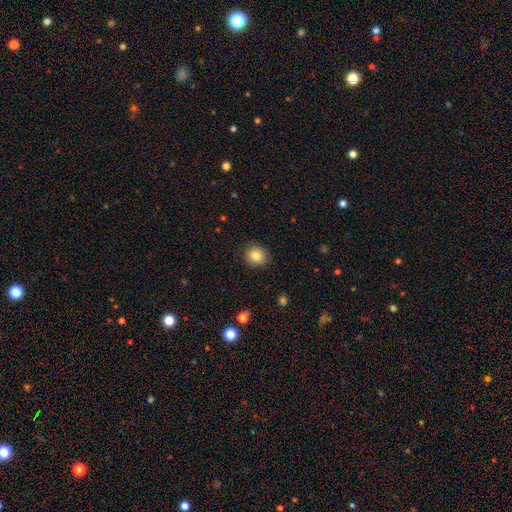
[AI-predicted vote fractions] The model was most divided on "how rounded": round: 80%, in between: 19%, cigar-shaped: 1%. More confident: merging — none (85%); smooth or featured — smooth (82%).